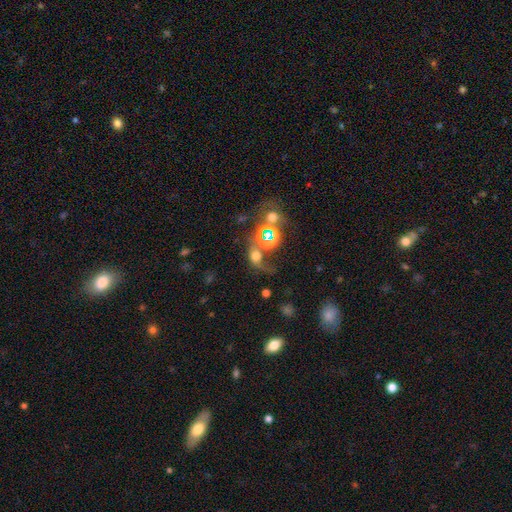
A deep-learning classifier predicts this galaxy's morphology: A smooth galaxy with no disk features (48%).

Vote fractions:
- Smooth or featured? smooth: 48% / star or artifact: 31% / featured or disk: 22%
- Merging? none: 35% / major disturbance: 25% / merger: 25% / minor disturbance: 16%